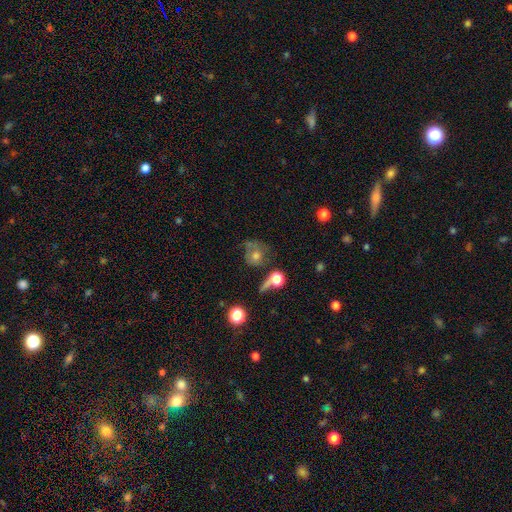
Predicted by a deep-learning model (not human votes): Smooth or featured?
  - smooth: 52% *
  - featured or disk: 31%
  - star or artifact: 17%
How rounded?
  - round: 76% *
  - in between: 22%
  - cigar-shaped: 2%
Merging?
  - none: 44% *
  - minor disturbance: 22%
  - major disturbance: 22%
  - merger: 12%